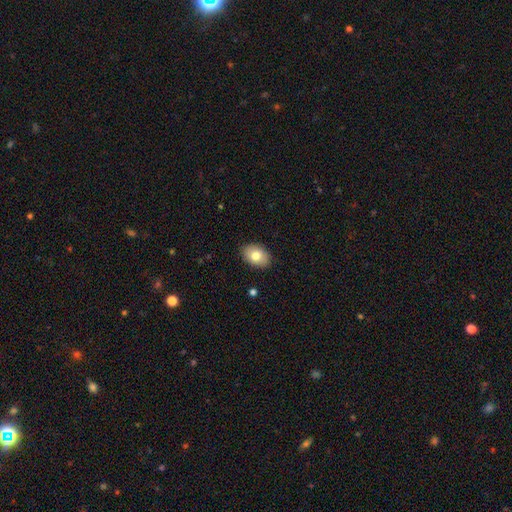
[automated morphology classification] This appears to be a smooth galaxy with no disk features (78%) that is in between round and cigar-shaped (83%). Merging: none (88%).